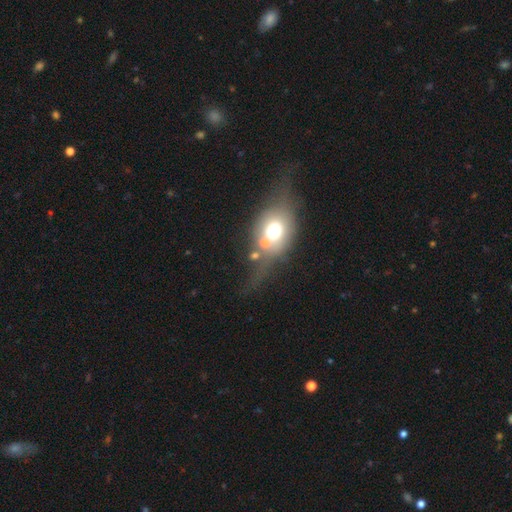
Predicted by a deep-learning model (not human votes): A smooth galaxy with no disk features (44%).

Vote fractions:
- Smooth or featured? smooth: 44% / featured or disk: 40% / star or artifact: 16%
- Merging? none: 54% / minor disturbance: 17% / merger: 14% / major disturbance: 14%